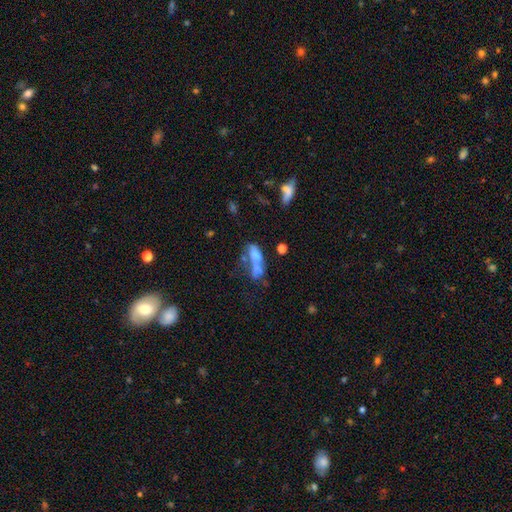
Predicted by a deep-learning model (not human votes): Smooth or featured? smooth (53%)
How rounded? in between (67%)
Merging? merger (44%)